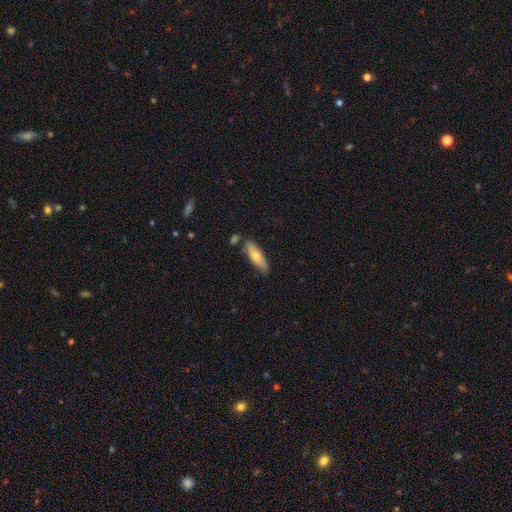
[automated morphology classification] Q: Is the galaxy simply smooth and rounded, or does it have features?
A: smooth — 63%.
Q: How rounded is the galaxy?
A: cigar-shaped — 56%.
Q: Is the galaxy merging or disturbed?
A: none — 77%.